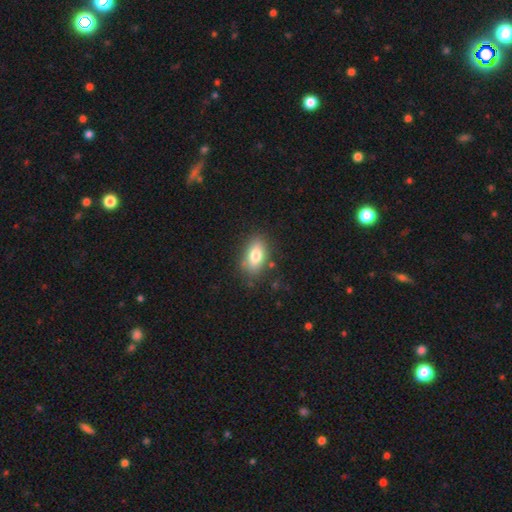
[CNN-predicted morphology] Q: Smooth or featured?
A: smooth (78%); runner-up: featured or disk (13%)
Q: How rounded?
A: in between (87%); runner-up: round (8%)
Q: Merging?
A: none (80%); runner-up: minor disturbance (14%)